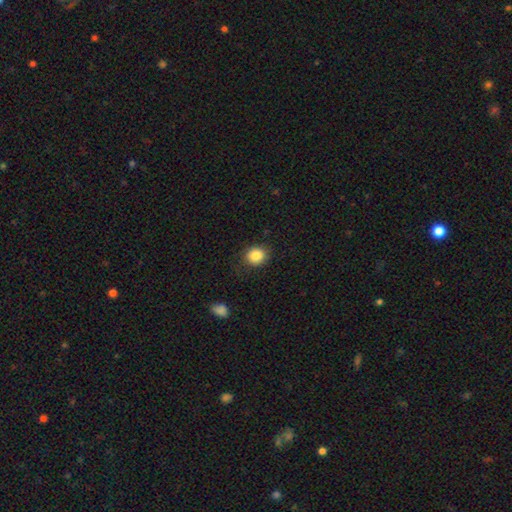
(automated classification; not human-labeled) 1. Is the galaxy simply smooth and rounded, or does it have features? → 86% smooth, 9% star or artifact, 5% featured or disk.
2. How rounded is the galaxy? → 74% round, 25% in between, 1% cigar-shaped.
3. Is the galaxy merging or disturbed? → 83% none, 12% minor disturbance, 4% major disturbance, 1% merger.